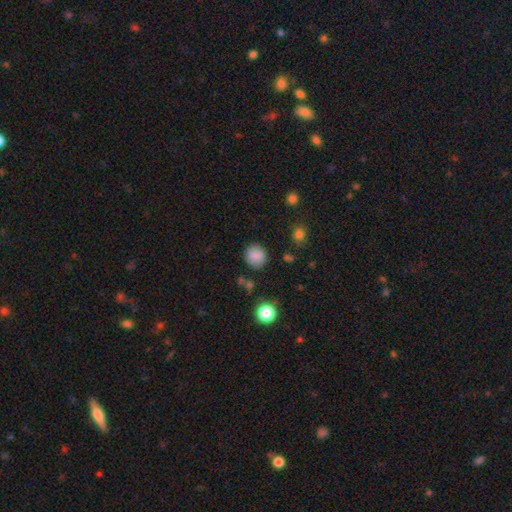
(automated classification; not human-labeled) This is clearly a smooth galaxy (84%). How rounded: clearly round (82%). Merging: clearly none (83%).